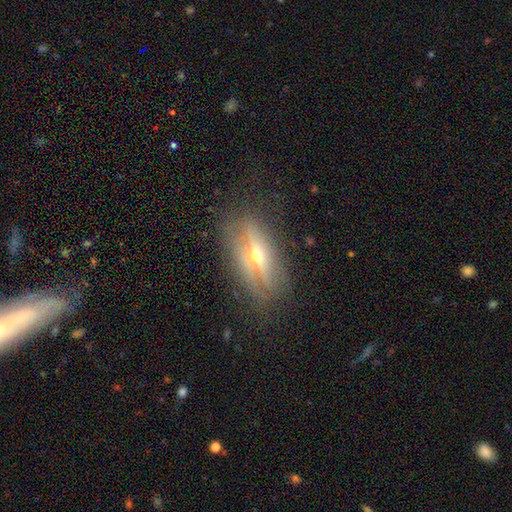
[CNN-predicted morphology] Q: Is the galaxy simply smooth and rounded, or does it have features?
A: featured or disk — 61%.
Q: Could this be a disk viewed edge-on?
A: yes — 73%.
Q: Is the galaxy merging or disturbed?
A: none — 76%.